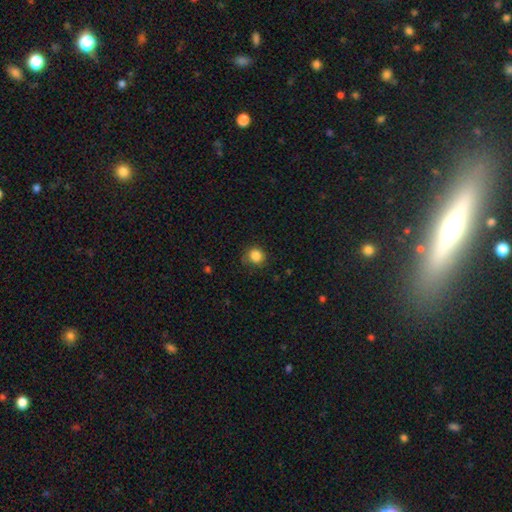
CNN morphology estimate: This appears to be a smooth galaxy with no disk features (85%) that is round (86%). Merging: none (78%).